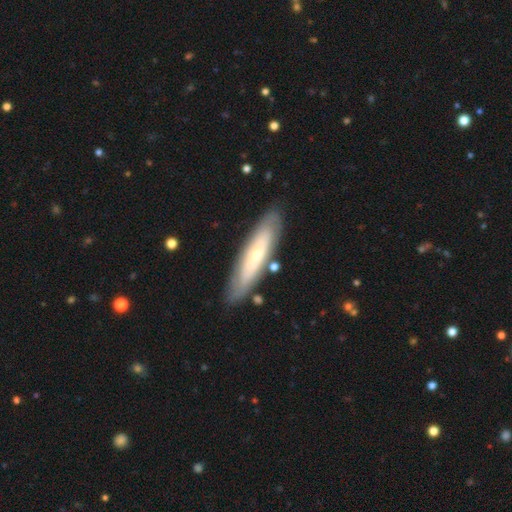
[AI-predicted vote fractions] Smooth or featured? Predicted: featured or disk (p=0.51). Edge-on disk? Predicted: no (p=0.55). Merging? Predicted: none (p=0.83).